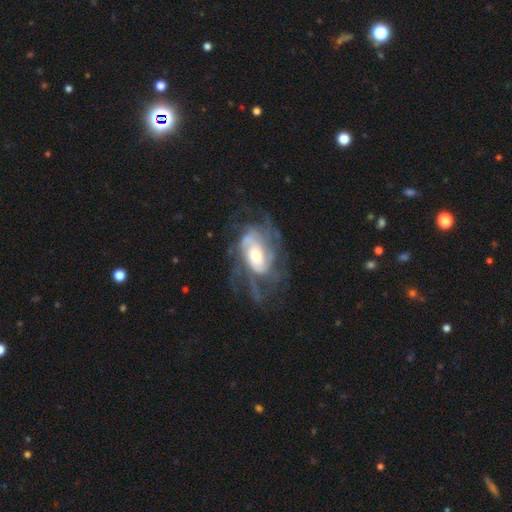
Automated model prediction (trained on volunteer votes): smooth_or_featured: featured or disk (p=0.84) [alt: smooth p=0.10]
disk_edge_on: no (p=0.96) [alt: yes p=0.04]
bar: no (p=0.59) [alt: weak p=0.30]
has_spiral_arms: yes (p=0.92) [alt: no p=0.08]
spiral_winding: tight (p=0.44) [alt: medium p=0.39]
spiral_arm_count: can't tell (p=0.35) [alt: 2 p=0.20]
bulge_size: moderate (p=0.55) [alt: large p=0.22]
merging: none (p=0.54) [alt: major disturbance p=0.26]